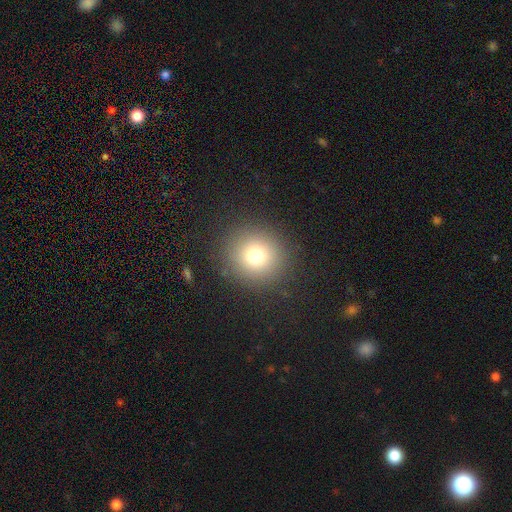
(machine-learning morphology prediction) This is likely a smooth galaxy (73%). How rounded: clearly round (93%). Merging: clearly none (89%).